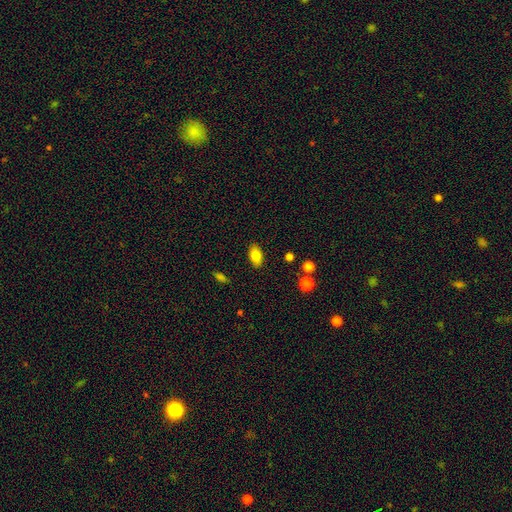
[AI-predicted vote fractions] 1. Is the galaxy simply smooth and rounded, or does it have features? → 82% smooth, 9% featured or disk, 8% star or artifact.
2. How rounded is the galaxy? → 90% in between, 7% round, 3% cigar-shaped.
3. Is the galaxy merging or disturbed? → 87% none, 9% minor disturbance, 2% major disturbance, 2% merger.